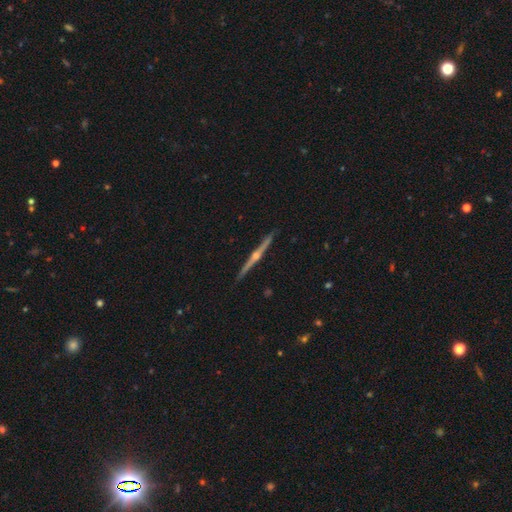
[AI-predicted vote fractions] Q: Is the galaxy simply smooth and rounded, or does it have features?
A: featured or disk — 87%.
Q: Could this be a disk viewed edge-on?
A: yes — 99%.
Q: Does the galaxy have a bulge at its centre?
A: rounded — 93%.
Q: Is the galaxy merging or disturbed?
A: none — 93%.